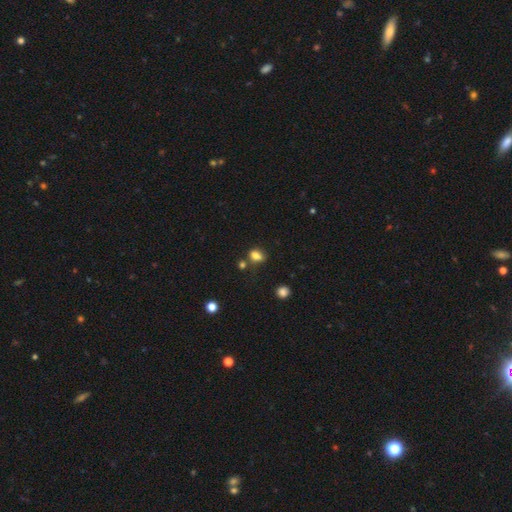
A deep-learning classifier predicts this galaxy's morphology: Smooth or featured? smooth (80%)
How rounded? in between (68%)
Merging? none (59%)